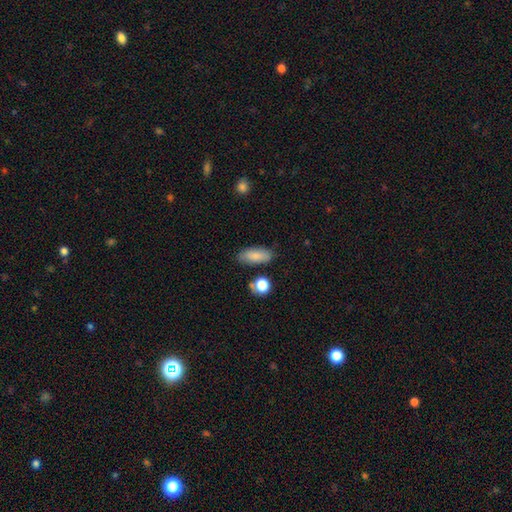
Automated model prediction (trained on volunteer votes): This is clearly a smooth galaxy (84%). How rounded: likely in between (80%). Merging: likely none (80%).